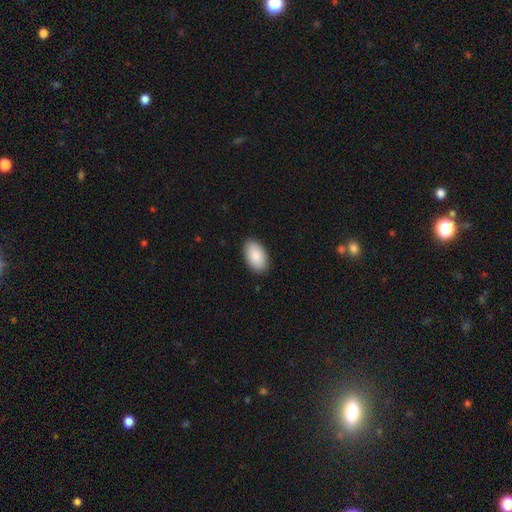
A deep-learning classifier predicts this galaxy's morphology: Smooth or featured?
  - smooth: 89% *
  - star or artifact: 6%
  - featured or disk: 5%
How rounded?
  - in between: 95% *
  - round: 4%
  - cigar-shaped: 1%
Merging?
  - none: 89% *
  - minor disturbance: 8%
  - major disturbance: 2%
  - merger: 1%